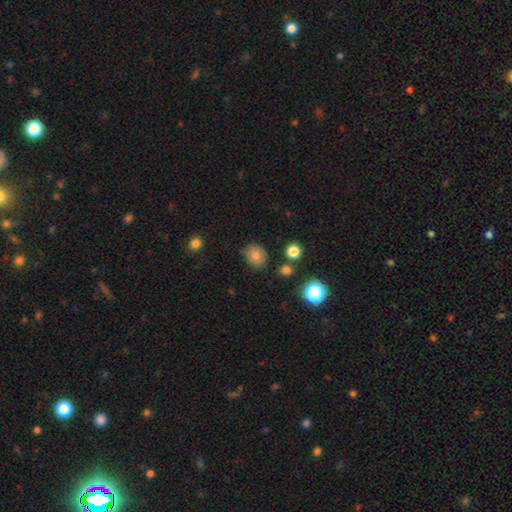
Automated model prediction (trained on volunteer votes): Morphology: type=smooth (81%); roundness=round (63%); merging=none (78%).